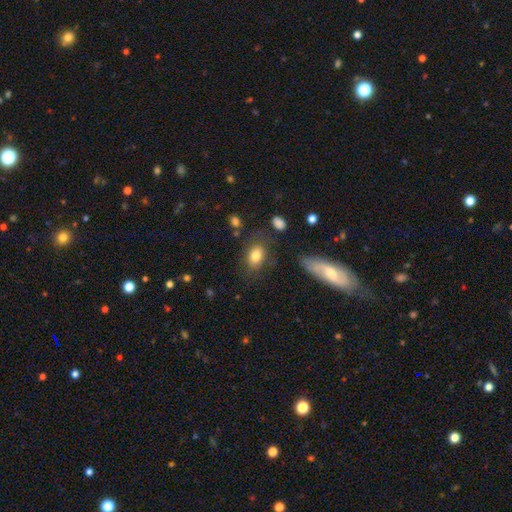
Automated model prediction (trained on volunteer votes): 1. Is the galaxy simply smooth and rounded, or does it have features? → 80% smooth, 11% featured or disk, 9% star or artifact.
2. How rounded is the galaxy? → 78% in between, 21% round, 2% cigar-shaped.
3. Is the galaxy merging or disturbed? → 72% none, 17% minor disturbance, 7% major disturbance, 4% merger.